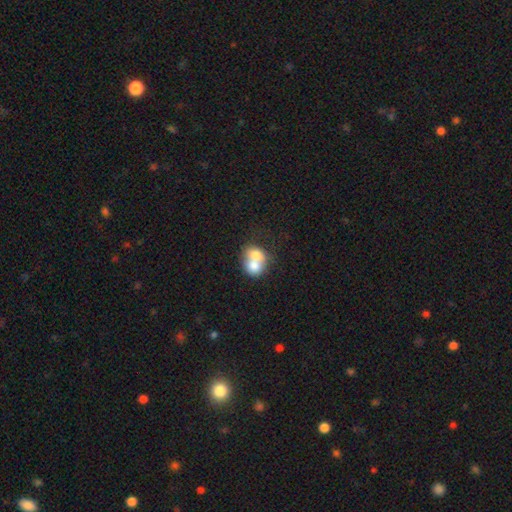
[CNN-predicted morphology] This appears to be a smooth galaxy with no disk features (69%) that is round (59%). Merging: merger (75%).